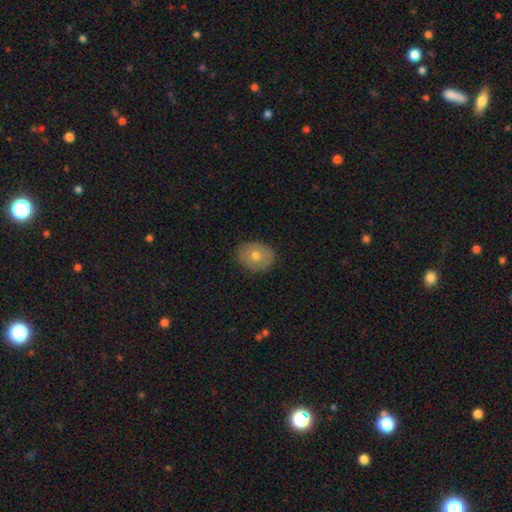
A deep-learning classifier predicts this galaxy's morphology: Smooth or featured: smooth — 63% (featured or disk — 28%)
How rounded: round — 54% (in between — 45%)
Merging: none — 87% (minor disturbance — 10%)